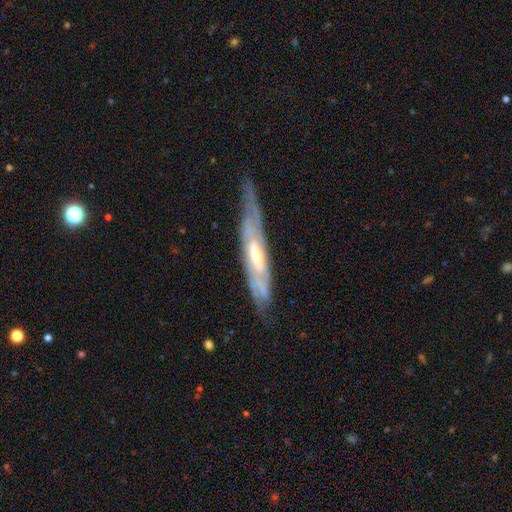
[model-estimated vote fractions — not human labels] A featured or disk galaxy (79%). Merging: none (60%).